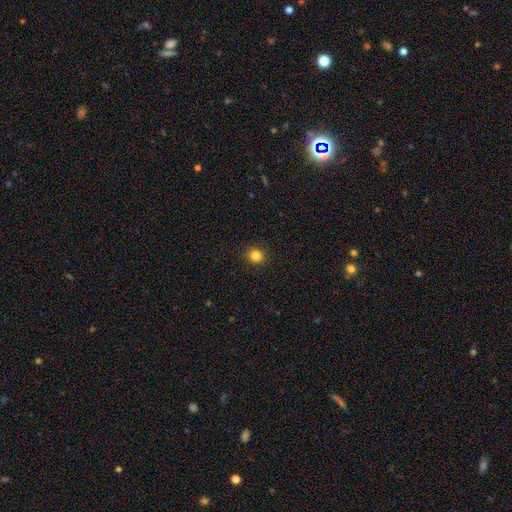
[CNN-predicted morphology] A smooth galaxy with no disk features (83%) that is round (87%). Merging: none (92%).